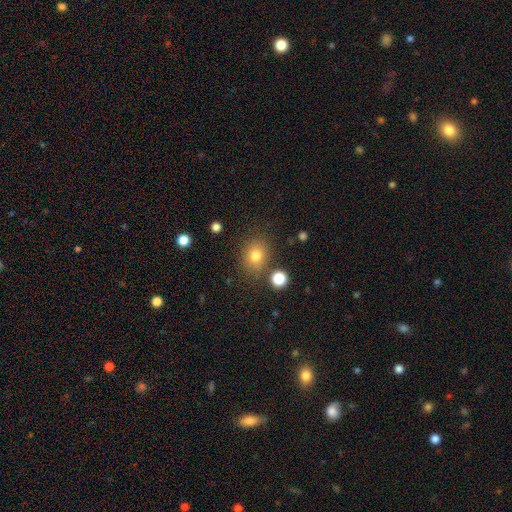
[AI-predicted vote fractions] A smooth galaxy with no disk features (78%) that is round (67%). Merging: none (79%).